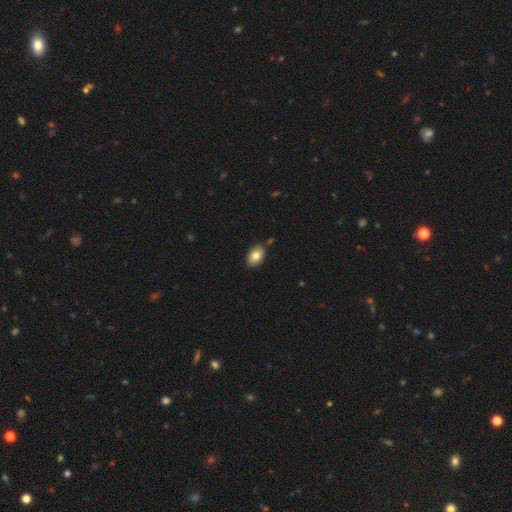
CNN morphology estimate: Smooth or featured? Predicted: smooth (p=0.82). How rounded? Predicted: in between (p=0.85). Merging? Predicted: none (p=0.85).